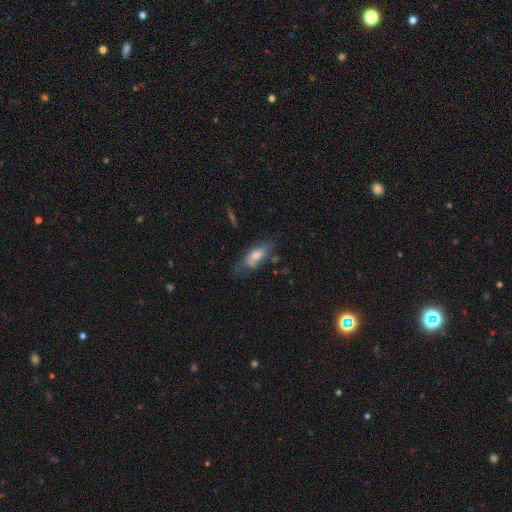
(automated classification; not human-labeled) This is possibly a smooth galaxy (56%). How rounded: likely in between (74%). Merging: possibly none (60%).